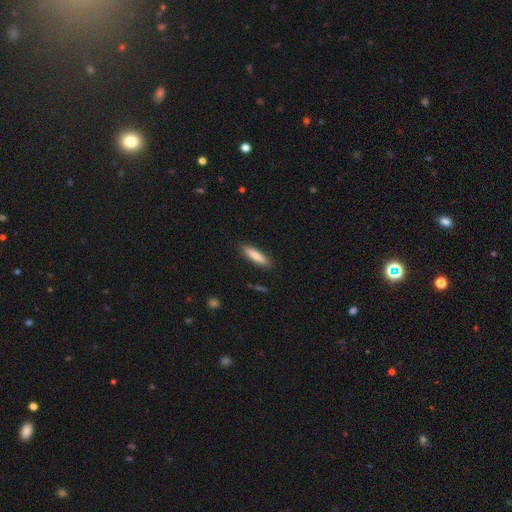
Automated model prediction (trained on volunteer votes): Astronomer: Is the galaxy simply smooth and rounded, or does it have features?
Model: smooth — 83%.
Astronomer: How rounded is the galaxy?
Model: cigar-shaped — 78%.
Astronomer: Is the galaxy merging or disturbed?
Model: none — 88%.